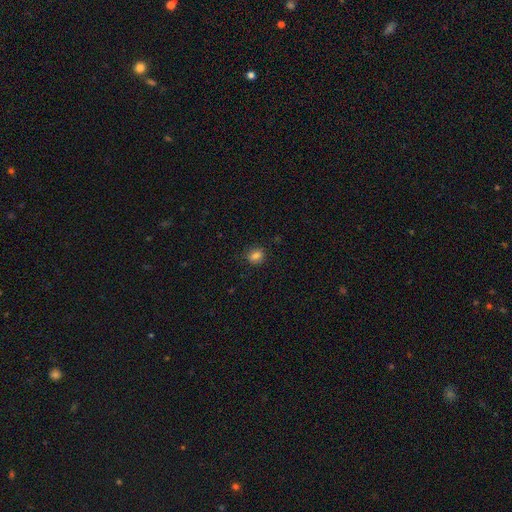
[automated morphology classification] smooth-or-featured: smooth: 83% | star or artifact: 12% | featured or disk: 5%
  how-rounded: in between: 57% | round: 42% | cigar-shaped: 2%
  merging: none: 80% | minor disturbance: 15% | major disturbance: 4% | merger: 1%